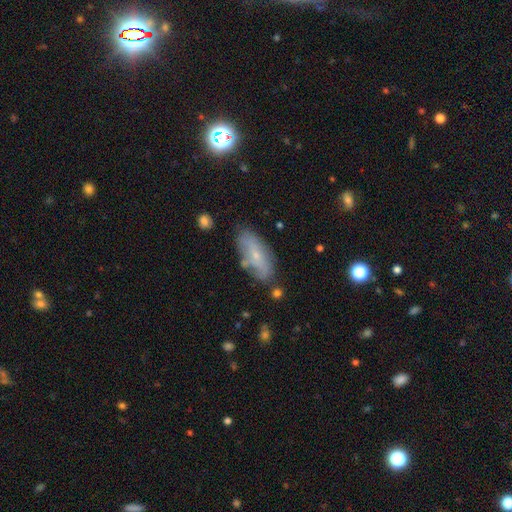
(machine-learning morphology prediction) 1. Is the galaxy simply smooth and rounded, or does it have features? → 55% smooth, 37% featured or disk, 8% star or artifact.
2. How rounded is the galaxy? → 75% in between, 22% cigar-shaped, 3% round.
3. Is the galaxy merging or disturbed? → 73% none, 18% minor disturbance, 4% merger, 4% major disturbance.